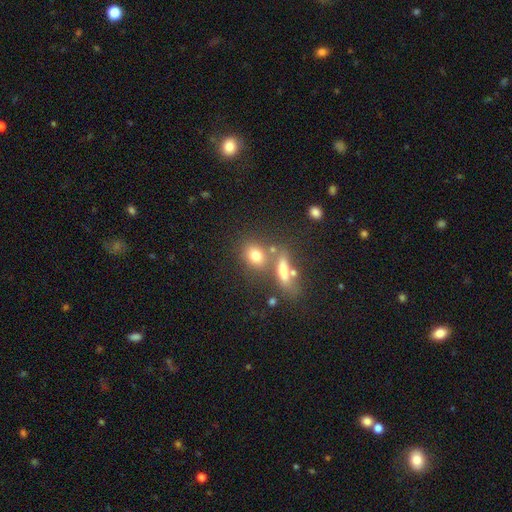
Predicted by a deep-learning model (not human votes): Smooth or featured? Predicted: smooth (p=0.74). How rounded? Predicted: in between (p=0.51). Merging? Predicted: none (p=0.58).